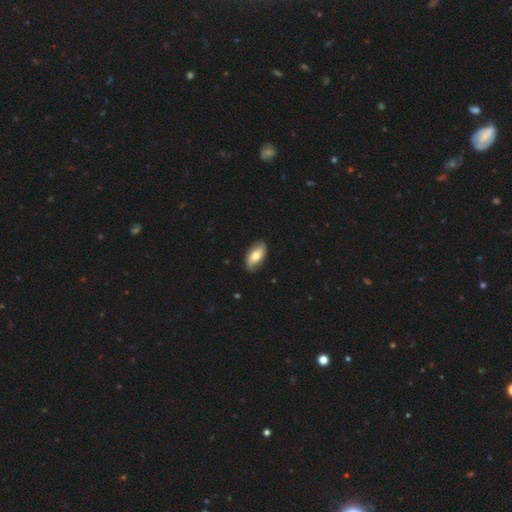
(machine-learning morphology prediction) smooth 63%, featured or disk 31%, star or artifact 6%. Down the decision tree: how rounded — in between (92%); merging — none (85%).